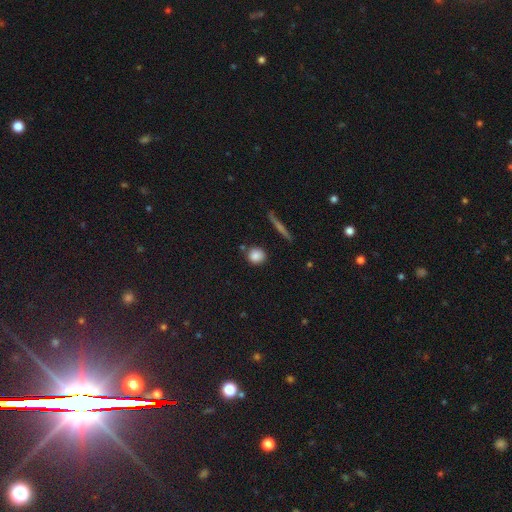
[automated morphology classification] This appears to be a smooth galaxy with no disk features (84%) that is round (85%). Merging: none (82%).